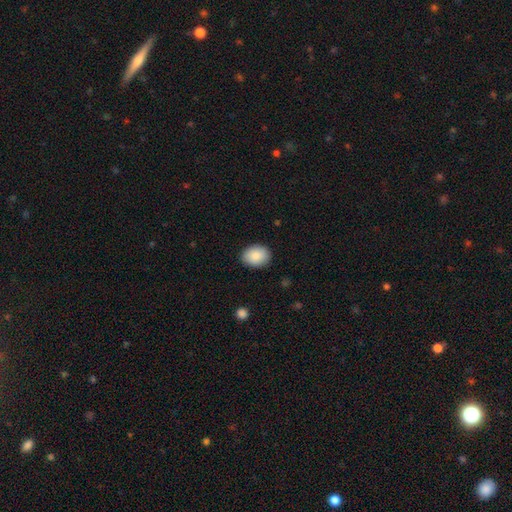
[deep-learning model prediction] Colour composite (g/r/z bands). It shows a smooth galaxy with no disk features (88%) that is in between round and cigar-shaped (62%). Merging: none (88%).